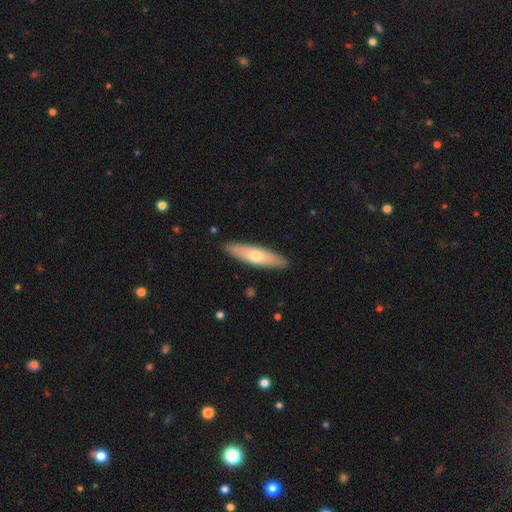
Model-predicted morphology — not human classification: Smooth or featured: smooth — 58% (featured or disk — 36%)
How rounded: cigar-shaped — 68% (in between — 31%)
Merging: none — 90% (minor disturbance — 8%)